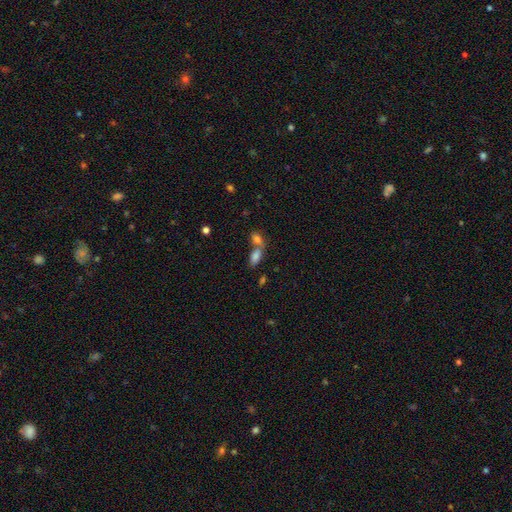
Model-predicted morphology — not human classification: Smooth or featured? smooth (80%)
How rounded? in between (89%)
Merging? merger (53%)